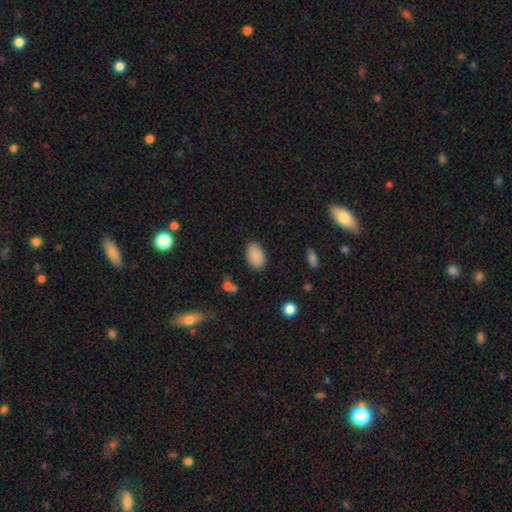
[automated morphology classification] Smooth or featured? smooth (88%)
How rounded? in between (92%)
Merging? none (86%)